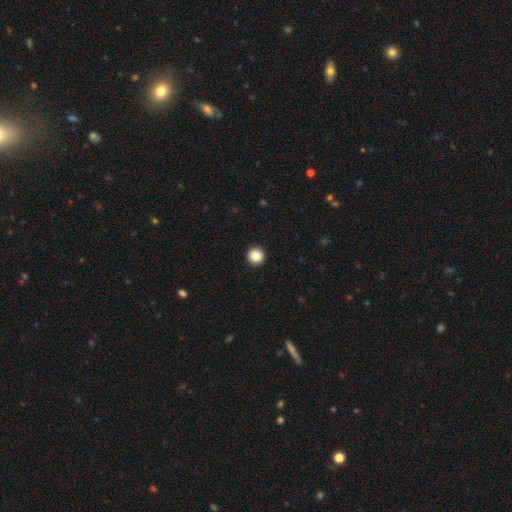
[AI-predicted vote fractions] The model was most divided on "smooth or featured": smooth: 86%, star or artifact: 10%, featured or disk: 4%. More confident: how rounded — round (96%); merging — none (94%).